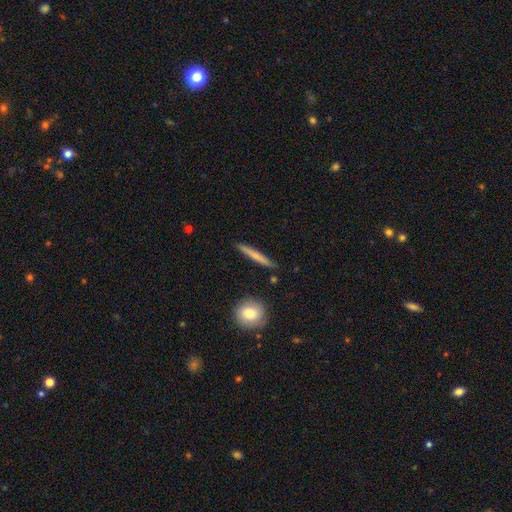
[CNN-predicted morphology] Q: Smooth or featured?
A: smooth (62%); runner-up: featured or disk (32%)
Q: How rounded?
A: cigar-shaped (93%); runner-up: in between (4%)
Q: Merging?
A: none (87%); runner-up: minor disturbance (9%)